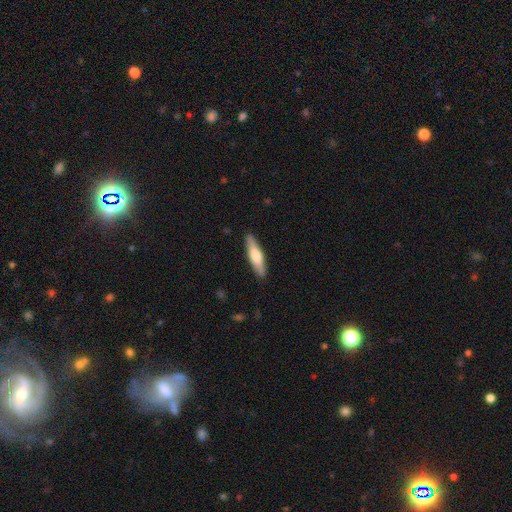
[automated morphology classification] smooth 60%, featured or disk 35%, star or artifact 5%. Down the decision tree: how rounded — cigar-shaped (74%); merging — none (89%).